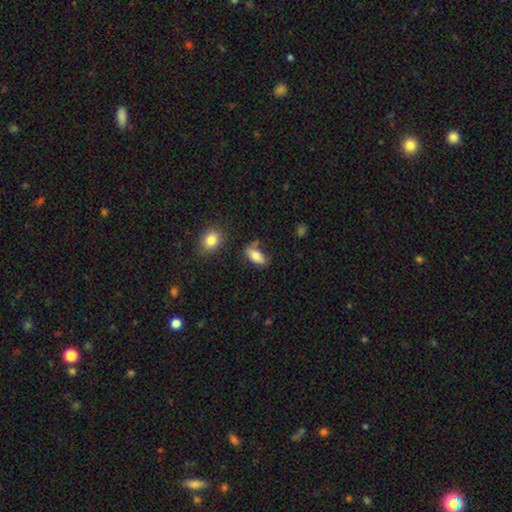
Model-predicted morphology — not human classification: Q: Smooth or featured?
A: smooth (79%); runner-up: featured or disk (13%)
Q: How rounded?
A: in between (86%); runner-up: cigar-shaped (11%)
Q: Merging?
A: none (64%); runner-up: minor disturbance (21%)